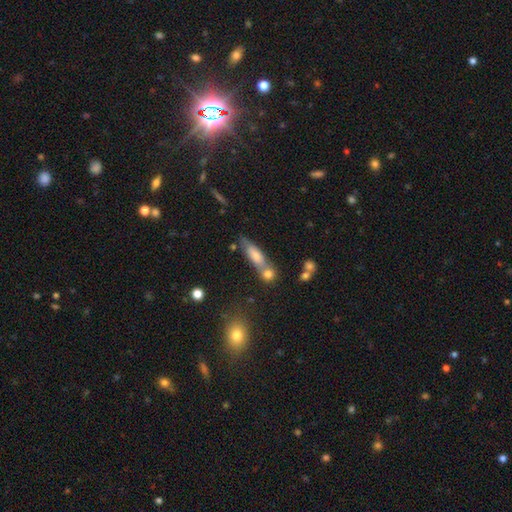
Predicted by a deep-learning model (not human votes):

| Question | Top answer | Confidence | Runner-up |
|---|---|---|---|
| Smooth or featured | smooth | 62% | featured or disk (28%) |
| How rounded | cigar-shaped | 58% | in between (38%) |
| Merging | none | 56% | merger (26%) |